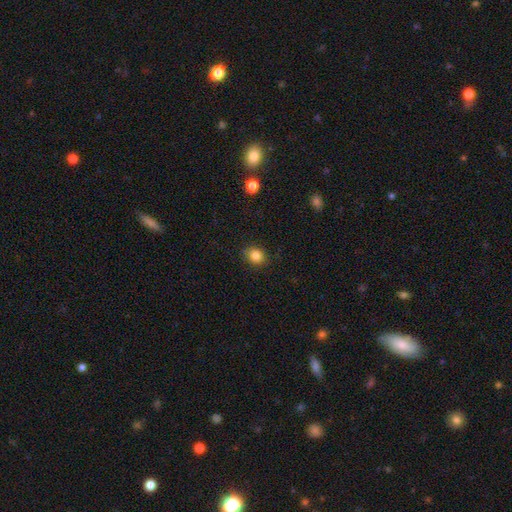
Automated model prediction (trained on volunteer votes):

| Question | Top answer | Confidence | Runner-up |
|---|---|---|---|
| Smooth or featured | smooth | 85% | star or artifact (11%) |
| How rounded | round | 69% | in between (30%) |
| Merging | none | 87% | minor disturbance (10%) |